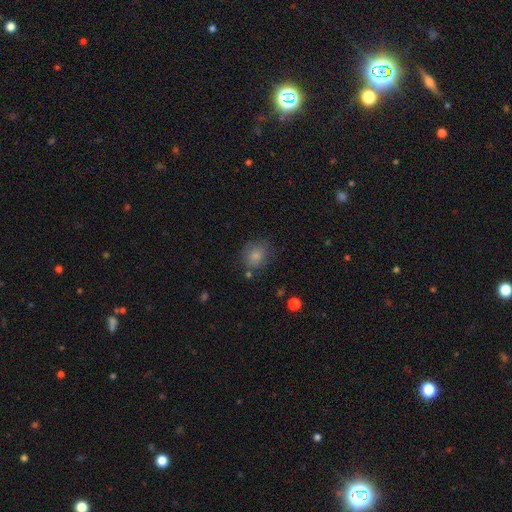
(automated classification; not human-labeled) Q: Smooth or featured?
A: smooth (81%); runner-up: star or artifact (10%)
Q: How rounded?
A: round (62%); runner-up: in between (37%)
Q: Merging?
A: none (69%); runner-up: minor disturbance (19%)